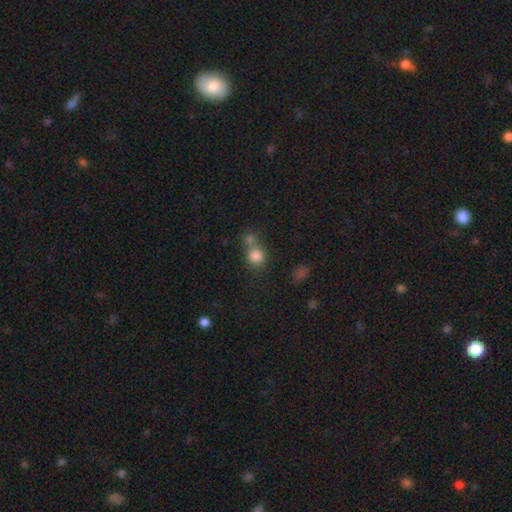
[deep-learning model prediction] smooth-or-featured: smooth: 81% | star or artifact: 12% | featured or disk: 7%
  how-rounded: round: 81% | in between: 18% | cigar-shaped: 1%
  merging: none: 44% | merger: 43% | minor disturbance: 9% | major disturbance: 4%